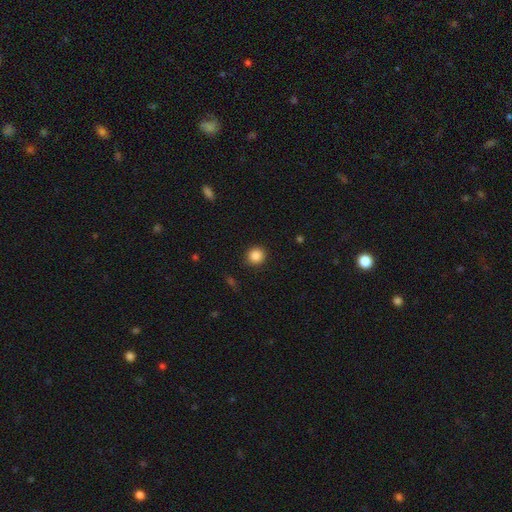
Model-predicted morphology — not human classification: A smooth galaxy with no disk features (86%) that is round (93%).

Vote fractions:
- Smooth or featured? smooth: 86% / star or artifact: 10% / featured or disk: 4%
- How rounded? round: 93% / in between: 6% / cigar-shaped: 1%
- Merging? none: 91% / minor disturbance: 6% / major disturbance: 2% / merger: 1%